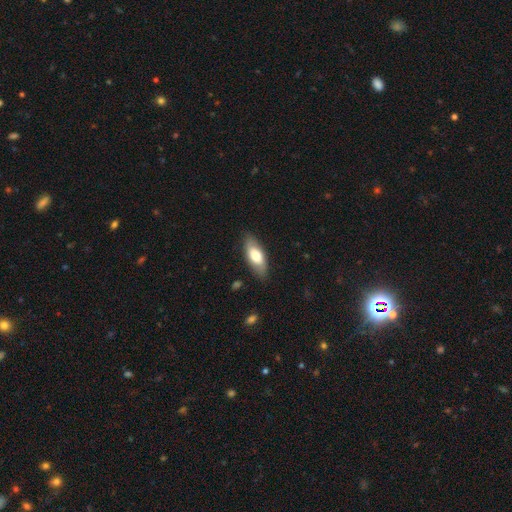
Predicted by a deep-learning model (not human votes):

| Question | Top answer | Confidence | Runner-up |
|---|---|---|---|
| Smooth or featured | smooth | 67% | featured or disk (27%) |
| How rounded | in between | 82% | cigar-shaped (16%) |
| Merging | none | 83% | minor disturbance (14%) |